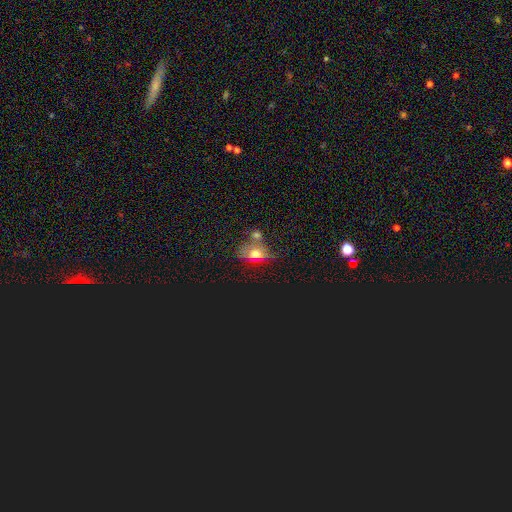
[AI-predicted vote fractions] Smooth or featured? Predicted: smooth (p=0.50). Merging? Predicted: none (p=0.38).